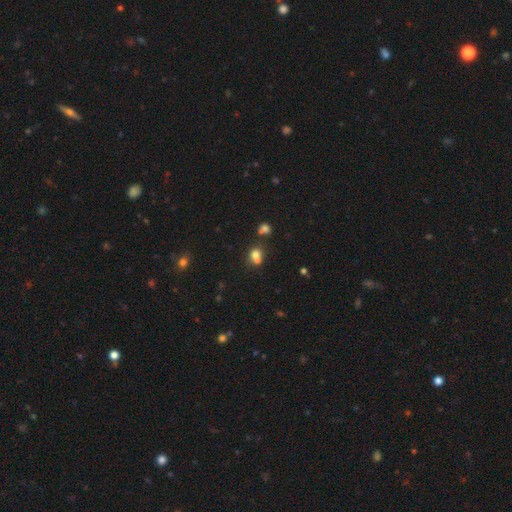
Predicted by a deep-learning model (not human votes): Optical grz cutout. It shows a smooth galaxy with no disk features (71%) that is round (67%). Merging: merger (48%).